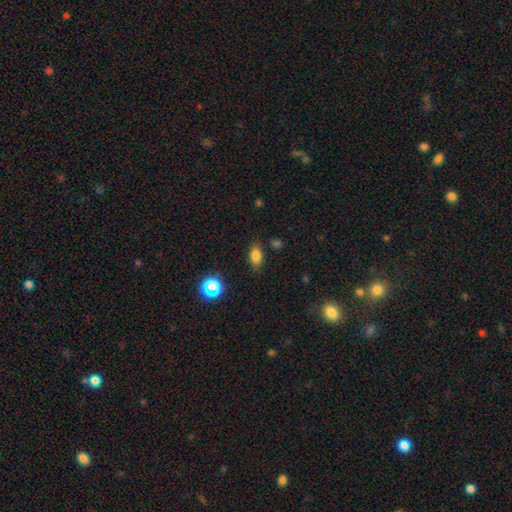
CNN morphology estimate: Smooth or featured?
  - smooth: 79% *
  - star or artifact: 13%
  - featured or disk: 8%
How rounded?
  - in between: 84% *
  - round: 10%
  - cigar-shaped: 6%
Merging?
  - none: 82% *
  - minor disturbance: 13%
  - major disturbance: 3%
  - merger: 2%